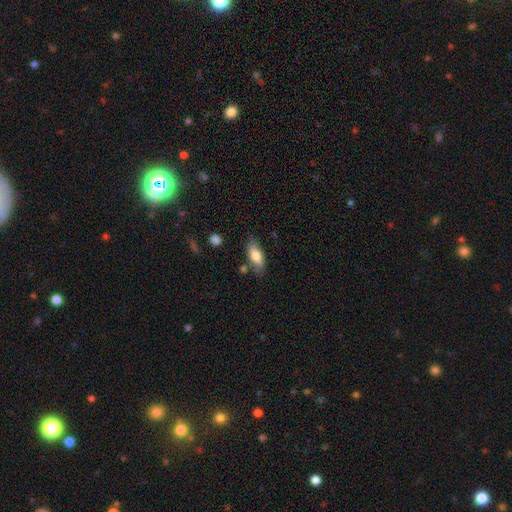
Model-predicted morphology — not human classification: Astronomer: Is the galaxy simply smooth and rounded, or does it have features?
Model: smooth — 78%.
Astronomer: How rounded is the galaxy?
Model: in between — 82%.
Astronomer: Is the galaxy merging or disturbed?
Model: none — 76%.